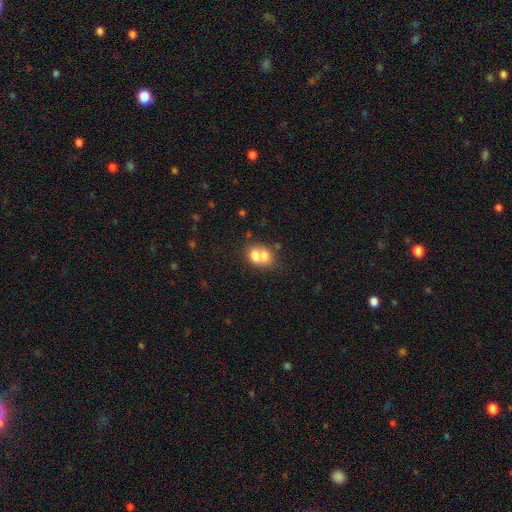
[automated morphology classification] type=smooth (67%); roundness=round (50%); merging=merger (68%).